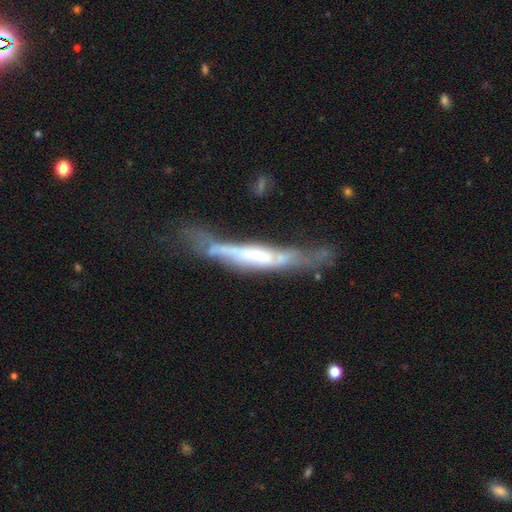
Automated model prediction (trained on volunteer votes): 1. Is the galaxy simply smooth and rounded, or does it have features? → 68% featured or disk, 25% smooth, 6% star or artifact.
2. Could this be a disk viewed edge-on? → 72% yes, 28% no.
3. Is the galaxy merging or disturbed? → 41% none, 27% minor disturbance, 23% major disturbance, 9% merger.